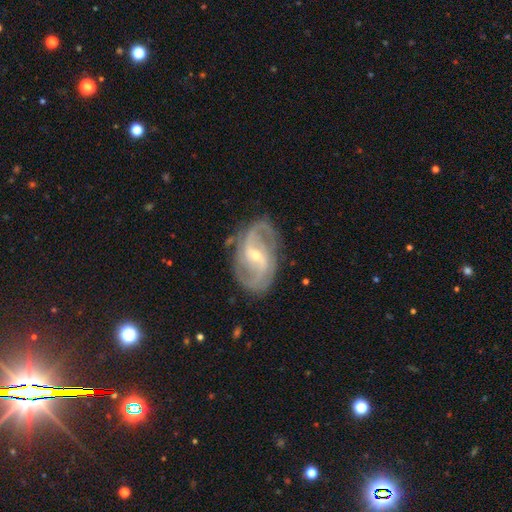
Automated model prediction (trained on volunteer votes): A featured or disk galaxy (90%) with a weak bar (47%), 2 (76%) medium (53%) spiral arms (97%) and a small central bulge (66%).

Vote fractions:
- Smooth or featured? featured or disk: 90% / smooth: 5% / star or artifact: 5%
- Edge-on disk? no: 97% / yes: 3%
- Bar? weak: 47% / strong: 29% / no: 23%
- Spiral arms? yes: 97% / no: 3%
- Spiral winding? medium: 53% / tight: 28% / loose: 19%
- Spiral arm count? 2: 76% / 3: 9% / can't tell: 8% / 4: 3% / 1: 2% / more than 4: 2%
- Bulge size? small: 66% / moderate: 31% / large: 1% / none: 1% / dominant: 1%
- Merging? none: 77% / minor disturbance: 16% / major disturbance: 6% / merger: 2%